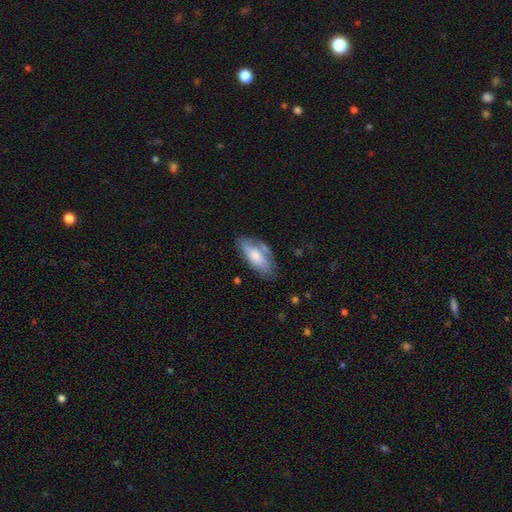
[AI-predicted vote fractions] Smooth or featured: smooth — 64% (featured or disk — 30%)
How rounded: in between — 83% (cigar-shaped — 15%)
Merging: none — 60% (minor disturbance — 26%)